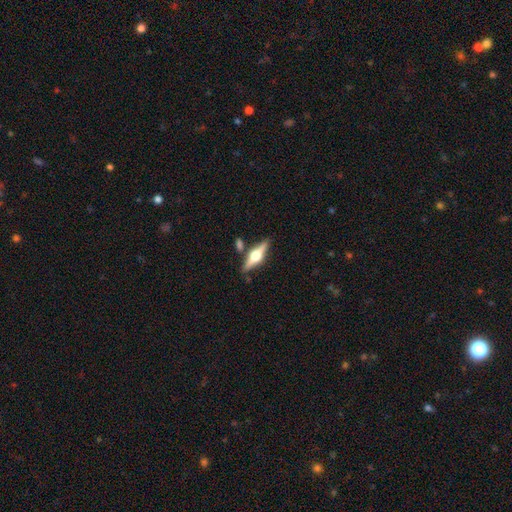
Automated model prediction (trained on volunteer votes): A featured or disk galaxy (73%) viewed edge-on (97%) with a rounded central bulge (95%).

Vote fractions:
- Smooth or featured? featured or disk: 73% / smooth: 21% / star or artifact: 6%
- Edge-on disk? yes: 97% / no: 3%
- Edge-on bulge? rounded: 95% / boxy: 4% / none: 1%
- Merging? none: 80% / minor disturbance: 11% / merger: 7% / major disturbance: 3%